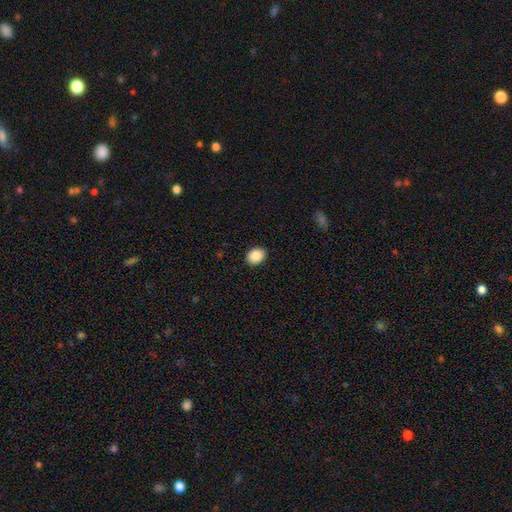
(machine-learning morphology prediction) The model was most divided on "how rounded": in between: 52%, round: 47%, cigar-shaped: 1%. More confident: merging — none (91%); smooth or featured — smooth (89%).